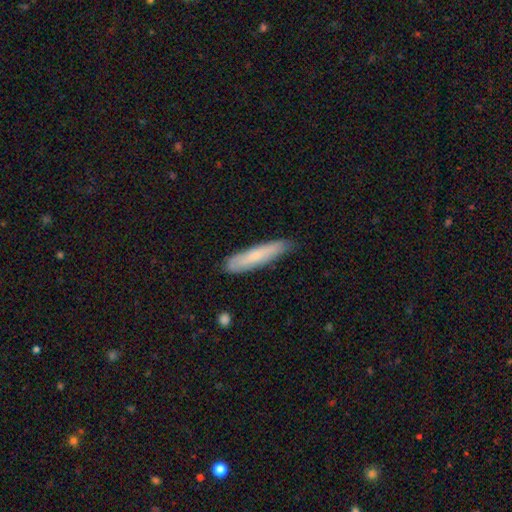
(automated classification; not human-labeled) Smooth or featured? Predicted: smooth (p=0.71). How rounded? Predicted: cigar-shaped (p=0.84). Merging? Predicted: none (p=0.80).